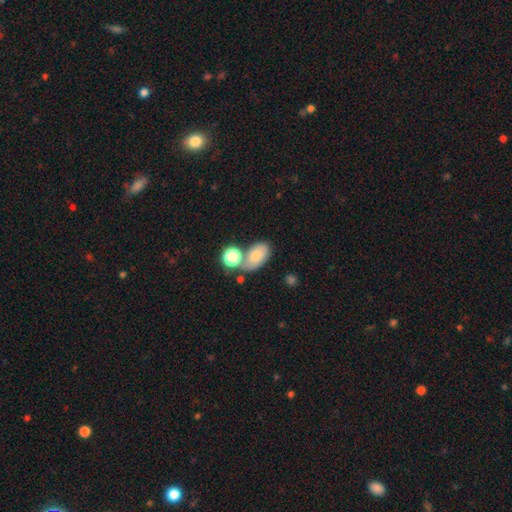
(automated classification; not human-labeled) Smooth or featured: smooth — 74% (featured or disk — 16%)
How rounded: in between — 87% (round — 11%)
Merging: none — 47% (merger — 28%)